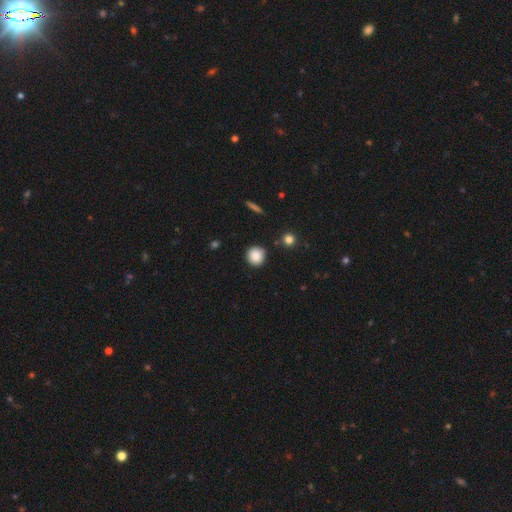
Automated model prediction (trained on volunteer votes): A smooth galaxy with no disk features (87%) that is round (92%).

Vote fractions:
- Smooth or featured? smooth: 87% / star or artifact: 9% / featured or disk: 4%
- How rounded? round: 92% / in between: 7% / cigar-shaped: 1%
- Merging? none: 87% / minor disturbance: 8% / major disturbance: 2% / merger: 2%